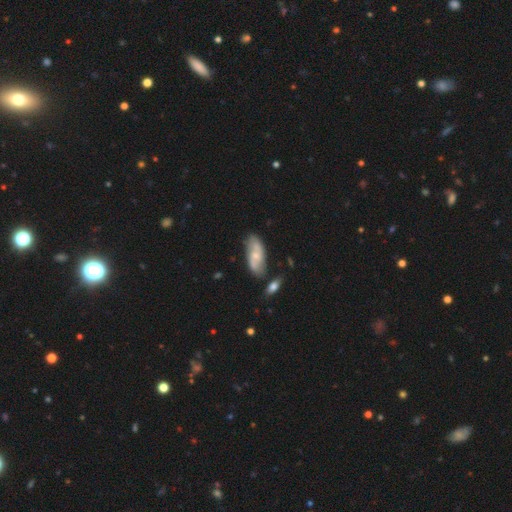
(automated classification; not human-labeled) Smooth or featured?
  - featured or disk: 51% *
  - smooth: 43%
  - star or artifact: 6%
Edge-on disk?
  - no: 89% *
  - yes: 11%
Merging?
  - none: 64% *
  - minor disturbance: 20%
  - merger: 10%
  - major disturbance: 5%